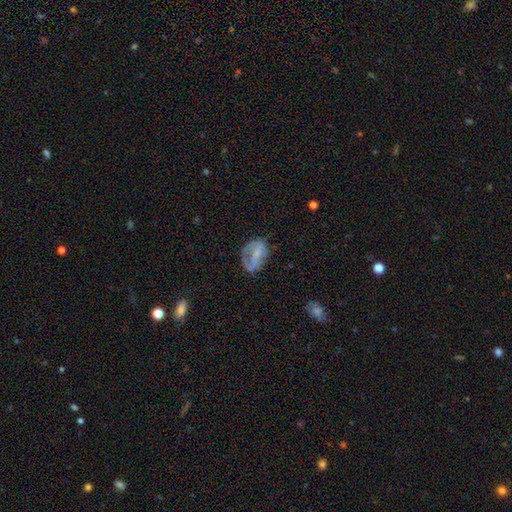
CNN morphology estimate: Q: Smooth or featured?
A: featured or disk (52%); runner-up: smooth (39%)
Q: Edge-on disk?
A: no (95%); runner-up: yes (5%)
Q: Merging?
A: none (50%); runner-up: minor disturbance (27%)